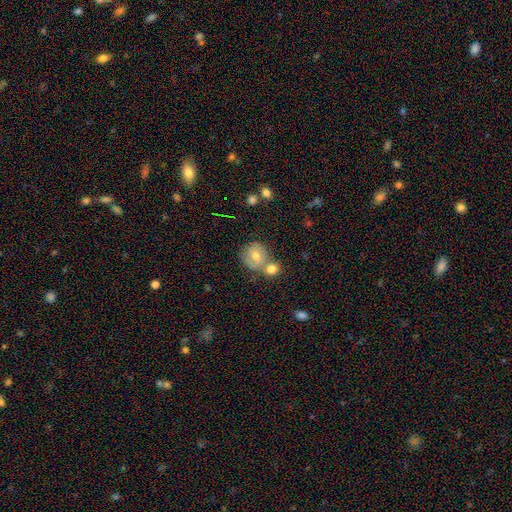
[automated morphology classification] smooth_or_featured: smooth (p=0.61) [alt: featured or disk p=0.28]
how_rounded: round (p=0.81) [alt: in between p=0.18]
merging: none (p=0.48) [alt: merger p=0.35]